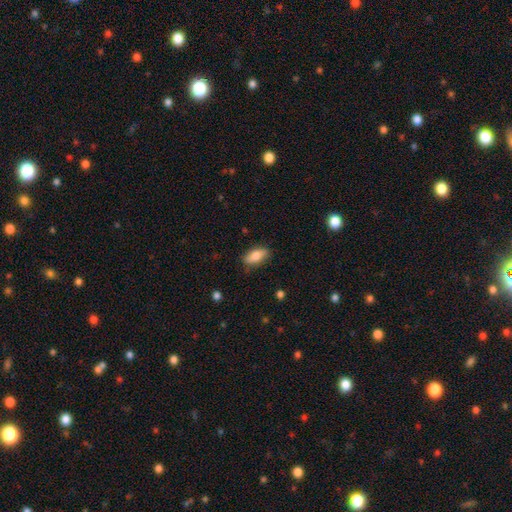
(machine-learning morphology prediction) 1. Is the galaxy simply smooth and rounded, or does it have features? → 80% smooth, 13% featured or disk, 7% star or artifact.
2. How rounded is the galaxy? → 85% in between, 12% cigar-shaped, 3% round.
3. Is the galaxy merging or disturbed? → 83% none, 14% minor disturbance, 3% major disturbance, 1% merger.